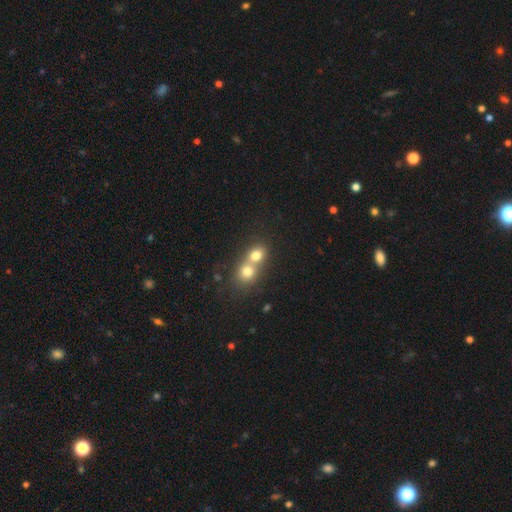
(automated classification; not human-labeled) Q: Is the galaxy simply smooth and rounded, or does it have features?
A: smooth — 74%.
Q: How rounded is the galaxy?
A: round — 68%.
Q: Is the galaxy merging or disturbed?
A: merger — 70%.